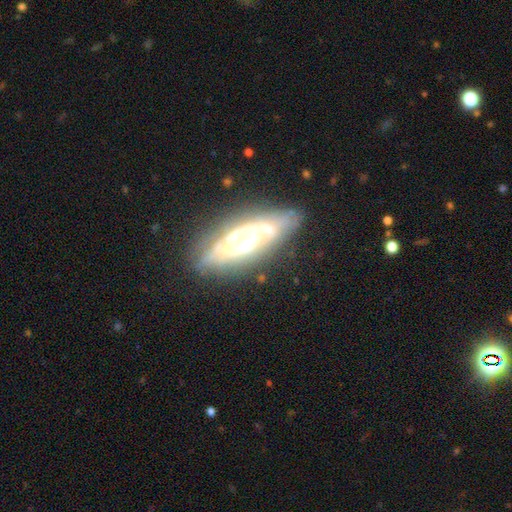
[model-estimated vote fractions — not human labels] Smooth or featured? featured or disk (72%)
Edge-on disk? no (54%)
Merging? none (75%)